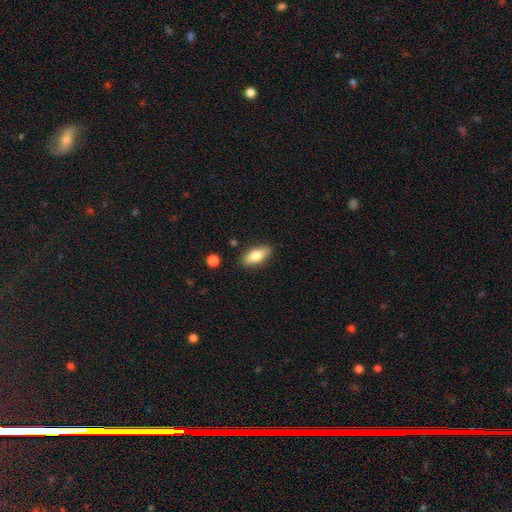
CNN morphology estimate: This is likely a smooth galaxy (74%). How rounded: clearly in between (81%). Merging: clearly none (87%).